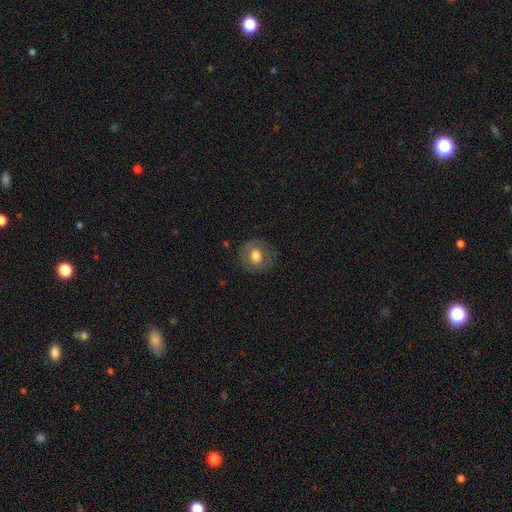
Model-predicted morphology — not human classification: Smooth or featured?
  - smooth: 66% *
  - featured or disk: 25%
  - star or artifact: 8%
How rounded?
  - round: 81% *
  - in between: 18%
  - cigar-shaped: 1%
Merging?
  - none: 81% *
  - minor disturbance: 13%
  - major disturbance: 5%
  - merger: 1%